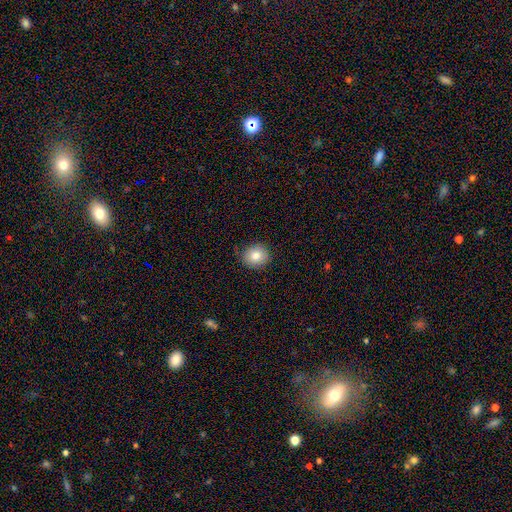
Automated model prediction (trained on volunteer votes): Overall: smooth (82%). How rounded: round (83%). Merging: none (88%).